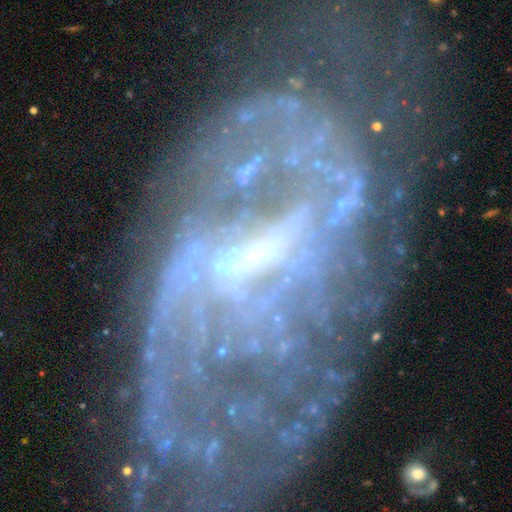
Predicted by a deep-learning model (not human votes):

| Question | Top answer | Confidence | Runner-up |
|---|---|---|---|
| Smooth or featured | featured or disk | 83% | star or artifact (10%) |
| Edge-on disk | no | 95% | yes (5%) |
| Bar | weak | 40% | strong (37%) |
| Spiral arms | yes | 70% | no (30%) |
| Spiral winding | medium | 36% | loose (35%) |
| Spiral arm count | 2 | 40% | can't tell (37%) |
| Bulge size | small | 49% | none (26%) |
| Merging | none | 41% | major disturbance (33%) |